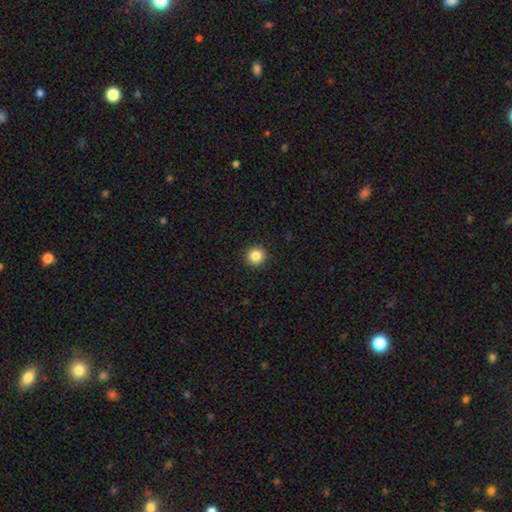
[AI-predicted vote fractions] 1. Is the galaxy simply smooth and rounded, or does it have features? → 85% smooth, 11% star or artifact, 4% featured or disk.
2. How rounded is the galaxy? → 95% round, 4% in between, 1% cigar-shaped.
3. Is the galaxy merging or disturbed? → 93% none, 4% minor disturbance, 2% major disturbance, 1% merger.